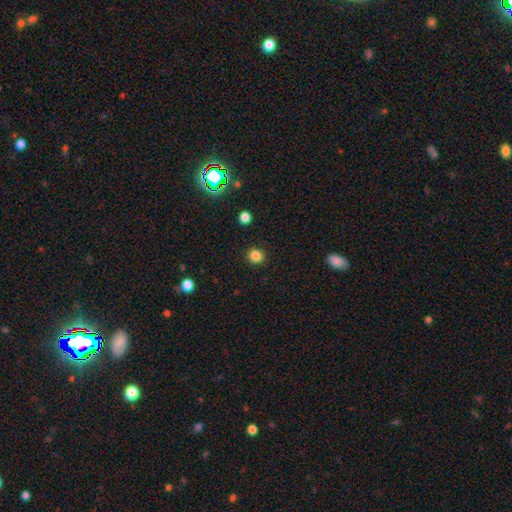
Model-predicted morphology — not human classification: Overall: smooth (85%). How rounded: round (92%). Merging: none (92%).